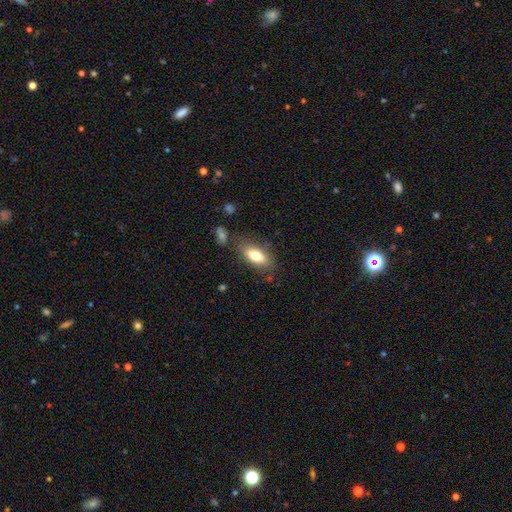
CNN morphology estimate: This is likely a smooth galaxy (76%). How rounded: clearly in between (85%). Merging: likely none (77%).